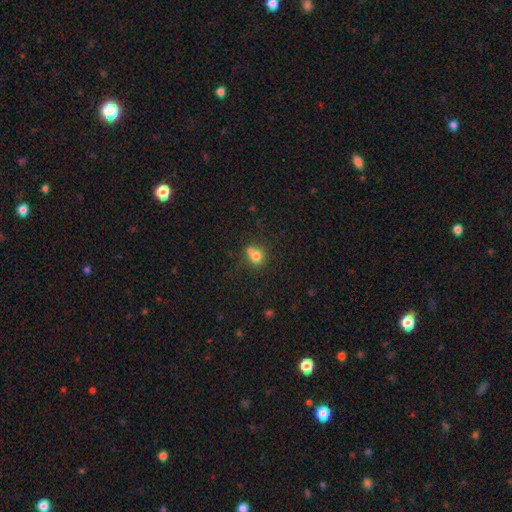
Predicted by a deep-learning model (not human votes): smooth 75%, star or artifact 13%, featured or disk 13%. Down the decision tree: how rounded — round (80%); merging — none (44%).